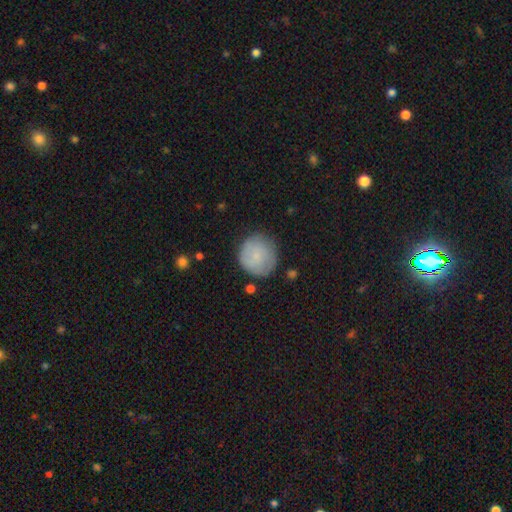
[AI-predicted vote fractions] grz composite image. It shows a smooth galaxy with no disk features (74%) that is round (90%). Merging: none (76%).